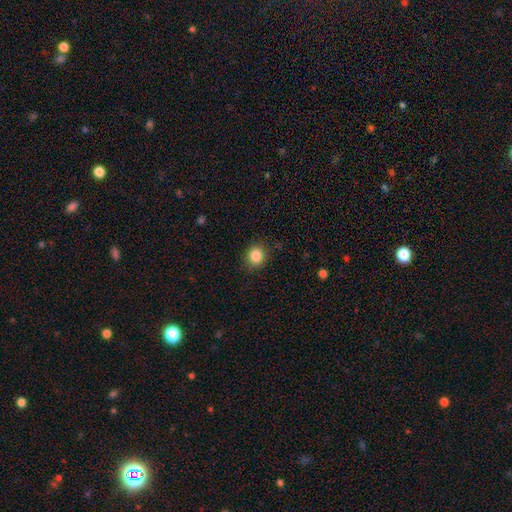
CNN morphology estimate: smooth-or-featured: smooth: 86% | star or artifact: 10% | featured or disk: 4%
  how-rounded: round: 78% | in between: 21% | cigar-shaped: 1%
  merging: none: 87% | minor disturbance: 9% | major disturbance: 3% | merger: 1%